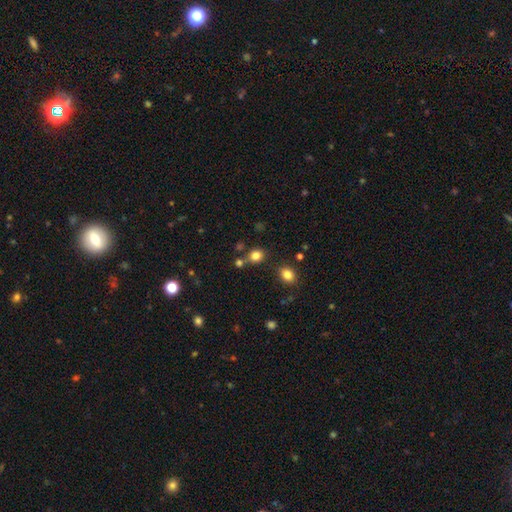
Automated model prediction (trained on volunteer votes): A smooth galaxy with no disk features (81%) that is round (73%). Merging: none (72%).